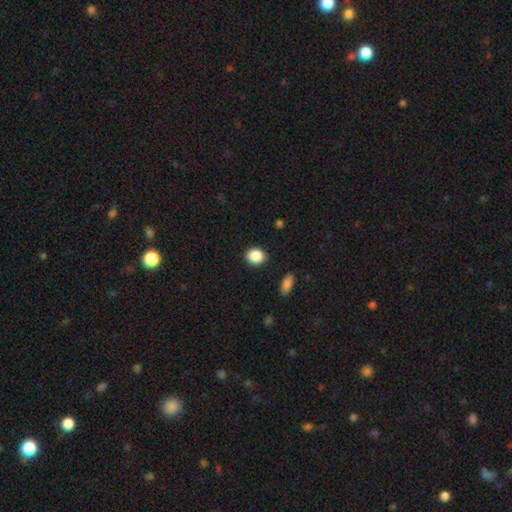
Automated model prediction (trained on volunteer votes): Smooth or featured? Predicted: smooth (p=0.88). How rounded? Predicted: round (p=0.49, tied with in between). Merging? Predicted: none (p=0.88).